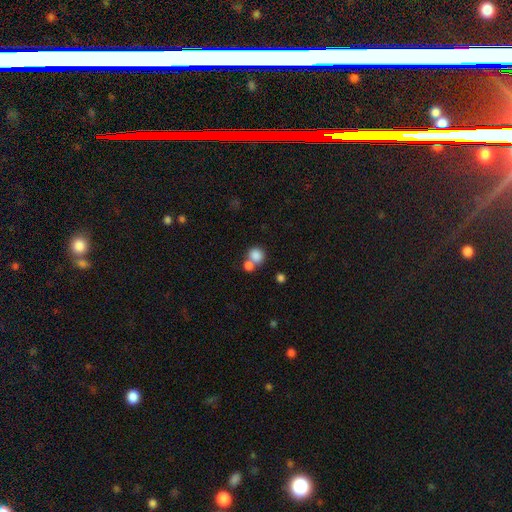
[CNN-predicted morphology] Smooth or featured? smooth (83%)
How rounded? round (81%)
Merging? none (45%)